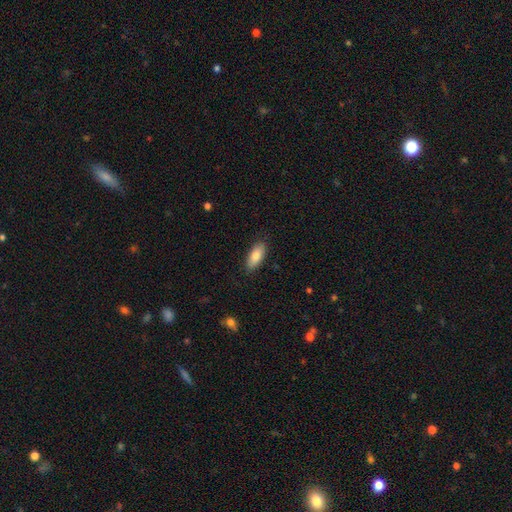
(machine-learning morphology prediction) Q: Smooth or featured?
A: smooth (84%); runner-up: featured or disk (10%)
Q: How rounded?
A: in between (85%); runner-up: cigar-shaped (13%)
Q: Merging?
A: none (86%); runner-up: minor disturbance (11%)